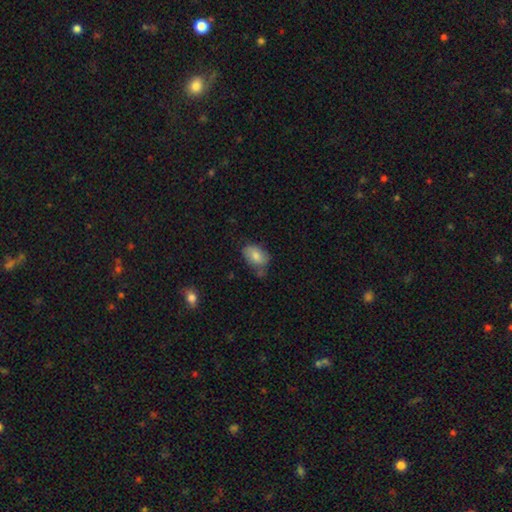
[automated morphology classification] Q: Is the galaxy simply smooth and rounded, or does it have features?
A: smooth — 75%.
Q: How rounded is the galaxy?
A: in between — 87%.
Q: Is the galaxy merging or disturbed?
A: none — 55%.